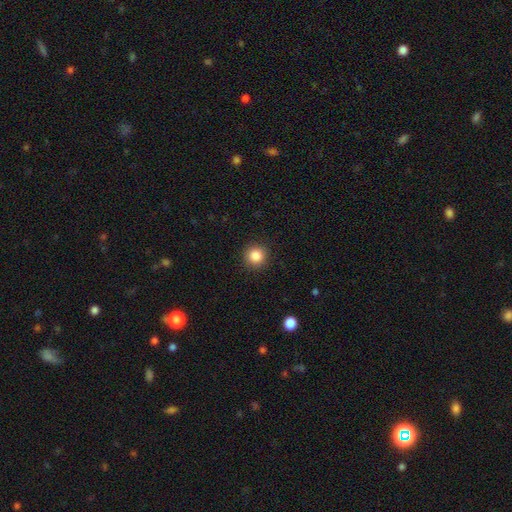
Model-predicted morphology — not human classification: This appears to be a smooth galaxy with no disk features (86%) that is round (94%). Merging: none (92%).